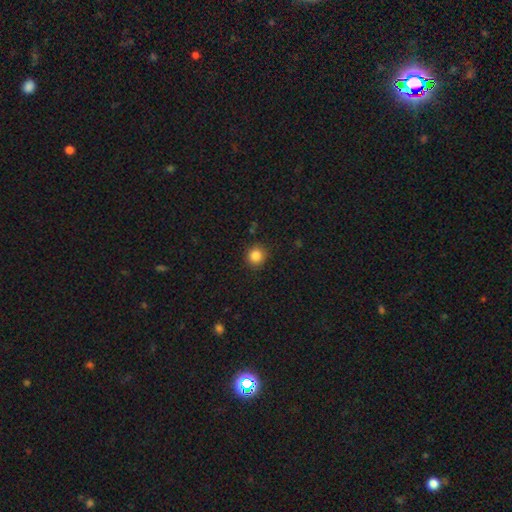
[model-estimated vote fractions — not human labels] smooth 85%, star or artifact 11%, featured or disk 4%. Down the decision tree: how rounded — round (90%); merging — none (89%).